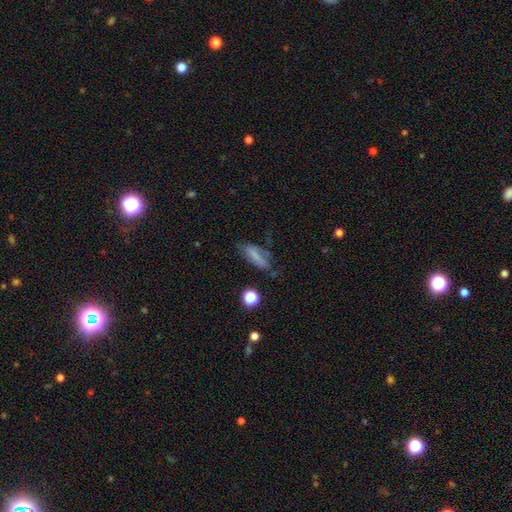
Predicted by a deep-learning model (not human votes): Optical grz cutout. It shows a smooth galaxy with no disk features (60%) that is in between round and cigar-shaped (48%). Merging: none (54%).